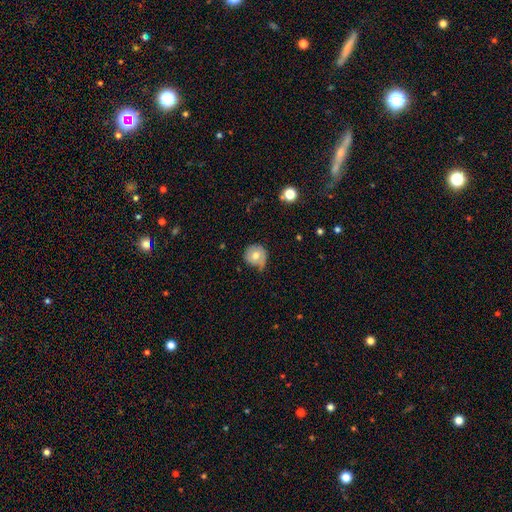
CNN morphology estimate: This is likely a smooth galaxy (67%). How rounded: clearly round (89%). Merging: possibly none (55%).